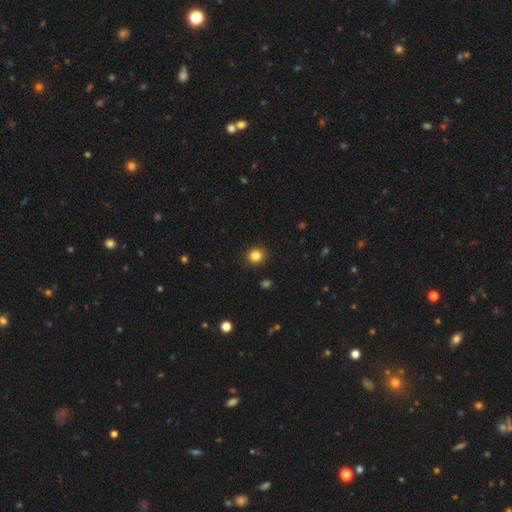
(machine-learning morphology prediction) This is clearly a smooth galaxy (84%). How rounded: clearly round (89%). Merging: clearly none (92%).